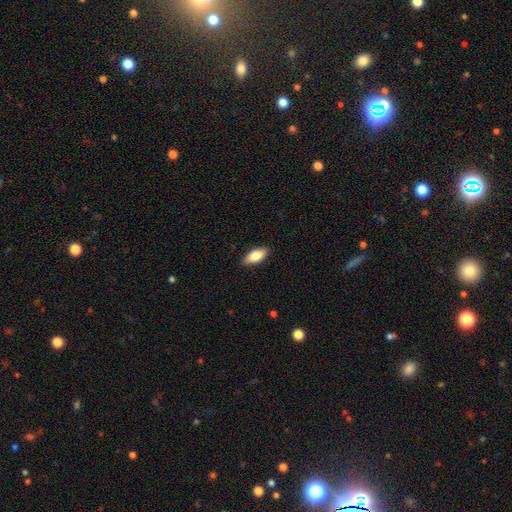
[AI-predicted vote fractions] Smooth or featured? Predicted: smooth (p=0.80). How rounded? Predicted: in between (p=0.89). Merging? Predicted: none (p=0.87).